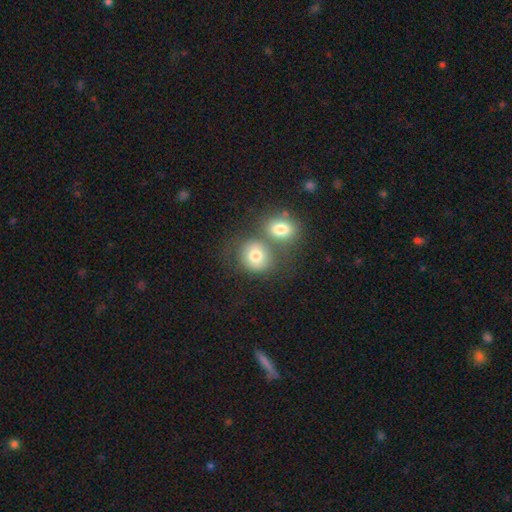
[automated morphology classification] A smooth galaxy with no disk features (76%) that is round (75%).

Vote fractions:
- Smooth or featured? smooth: 76% / featured or disk: 14% / star or artifact: 10%
- How rounded? round: 75% / in between: 24% / cigar-shaped: 1%
- Merging? none: 49% / merger: 35% / minor disturbance: 11% / major disturbance: 5%